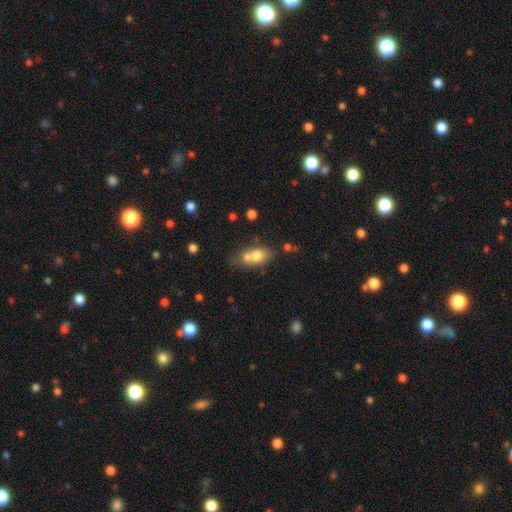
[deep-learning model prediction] Smooth or featured? Predicted: smooth (p=0.70). How rounded? Predicted: in between (p=0.74). Merging? Predicted: merger (p=0.45).